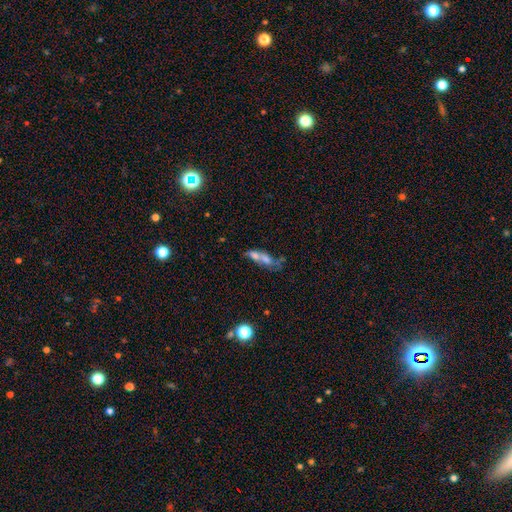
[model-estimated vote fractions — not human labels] Morphology: type=smooth (49%); merging=merger (55%).